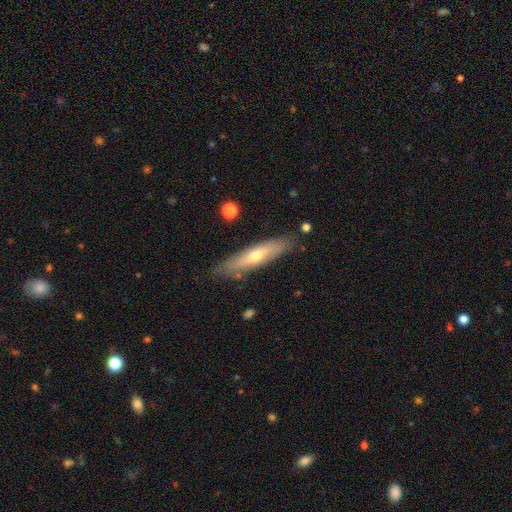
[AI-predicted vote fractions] This is possibly a featured or disk galaxy (49%). Merging: clearly none (83%).